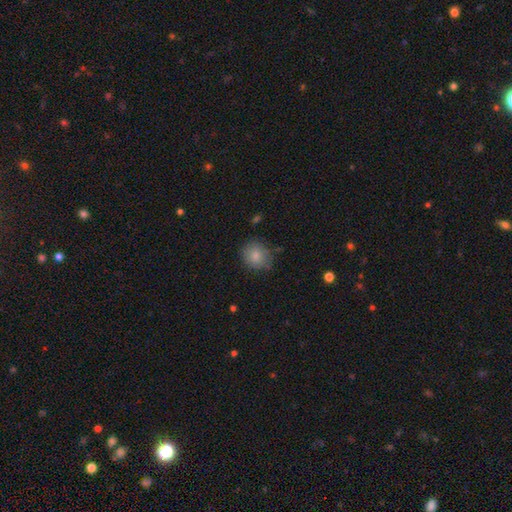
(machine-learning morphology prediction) This is clearly a smooth galaxy (83%). How rounded: likely round (80%). Merging: likely none (75%).